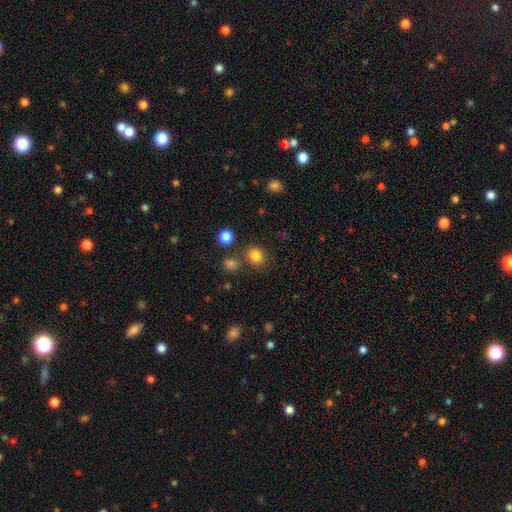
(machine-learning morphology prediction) smooth 82%, star or artifact 13%, featured or disk 5%. Down the decision tree: how rounded — round (75%); merging — none (78%).